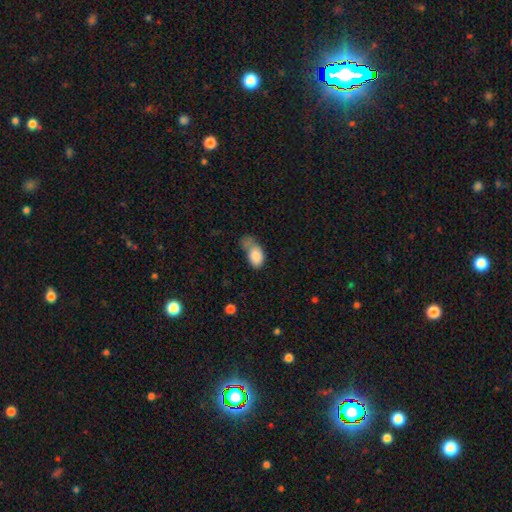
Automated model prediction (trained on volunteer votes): A smooth galaxy with no disk features (81%) that is in between round and cigar-shaped (87%). Merging: major disturbance (32%).